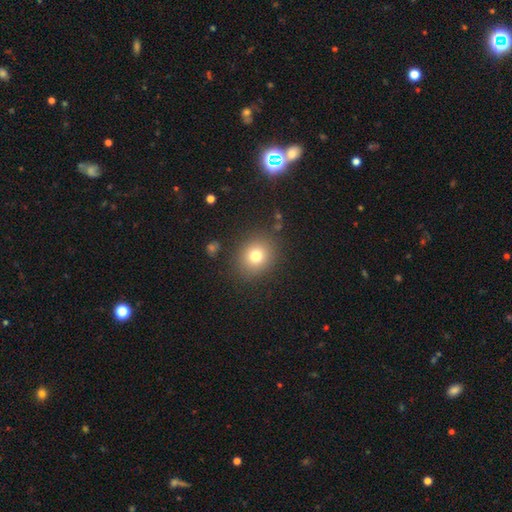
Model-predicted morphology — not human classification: This appears to be a smooth galaxy with no disk features (77%) that is round (76%). Merging: none (86%).